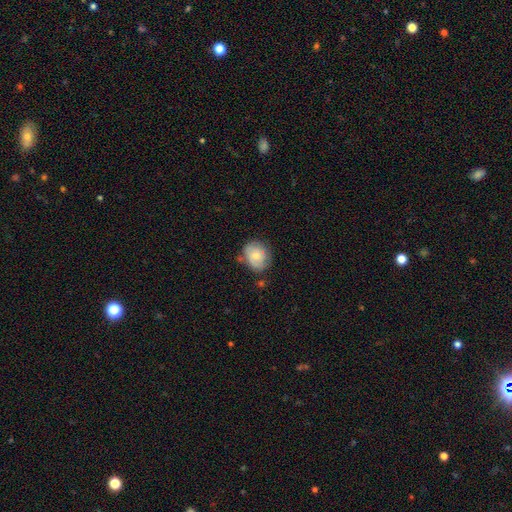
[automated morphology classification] Smooth or featured? smooth (59%)
How rounded? round (59%)
Merging? none (64%)